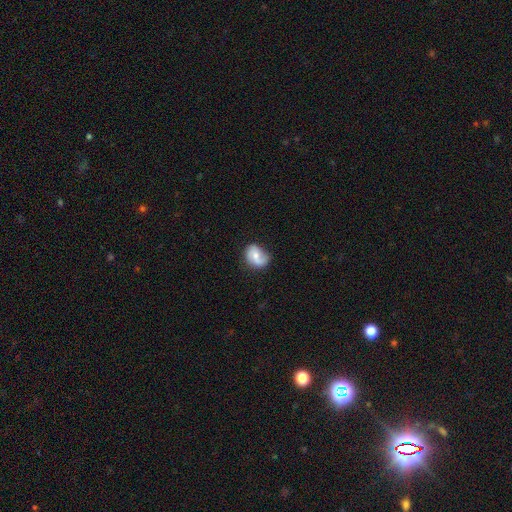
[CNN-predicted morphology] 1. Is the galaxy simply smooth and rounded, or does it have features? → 52% featured or disk, 40% smooth, 7% star or artifact.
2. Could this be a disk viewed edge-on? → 97% no, 3% yes.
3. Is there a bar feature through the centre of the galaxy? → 45% no, 42% weak, 13% strong.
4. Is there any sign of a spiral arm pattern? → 84% yes, 16% no.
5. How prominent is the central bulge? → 52% moderate, 38% small, 5% none, 4% large, 1% dominant.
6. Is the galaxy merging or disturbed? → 64% none, 26% minor disturbance, 8% major disturbance, 2% merger.